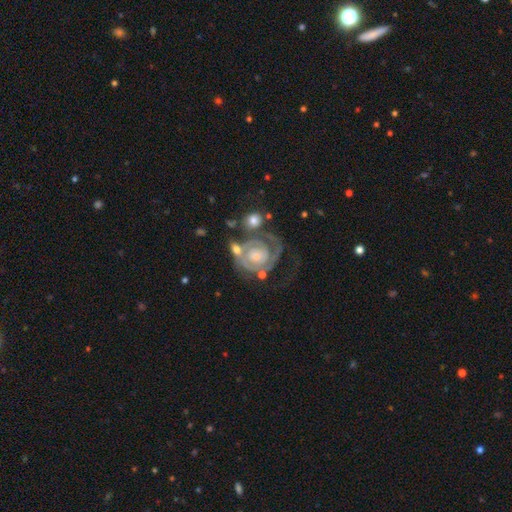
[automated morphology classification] This appears to be a featured or disk galaxy (83%) with no bar (76%), 2 (40%) tight (72%) spiral arms (89%) and a small central bulge (52%). Merging: none (47%).